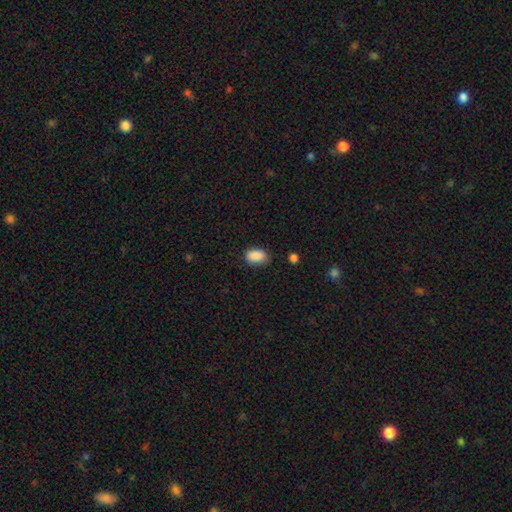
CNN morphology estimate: smooth_or_featured: smooth (p=0.89) [alt: star or artifact p=0.08]
how_rounded: in between (p=0.89) [alt: round p=0.09]
merging: none (p=0.77) [alt: minor disturbance p=0.18]